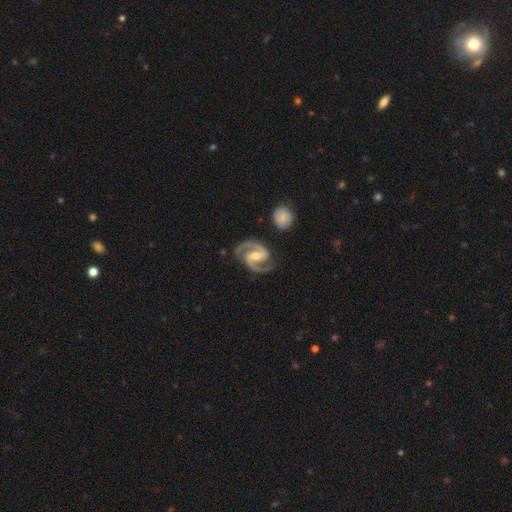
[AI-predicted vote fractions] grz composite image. It shows a featured or disk galaxy (94%) with a weak bar (40%, tied with strong), 2 (94%) medium (65%) spiral arms (99%) and a moderate central bulge (62%). Merging: none (84%).